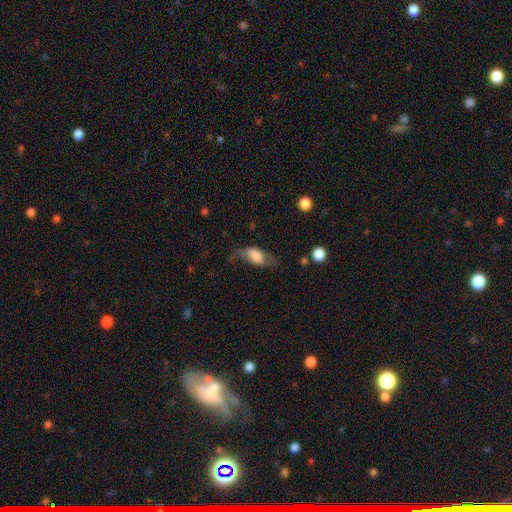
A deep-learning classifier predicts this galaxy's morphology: This appears to be a smooth galaxy with no disk features (60%) that is in between round and cigar-shaped (85%). Merging: none (38%).